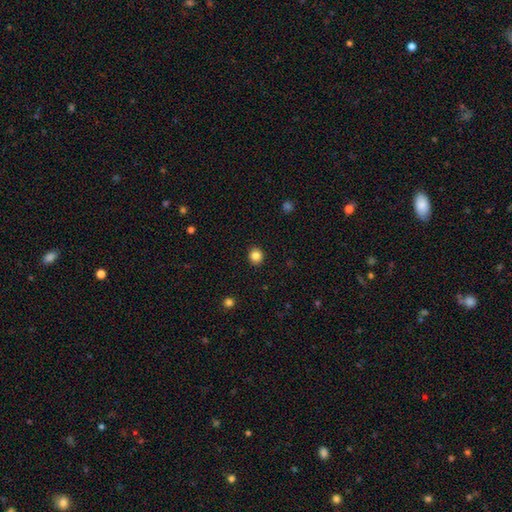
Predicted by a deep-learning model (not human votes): This is clearly a smooth galaxy (84%). How rounded: clearly round (88%). Merging: clearly none (92%).